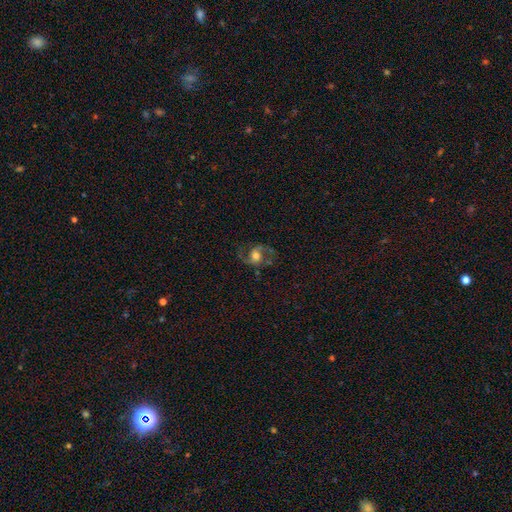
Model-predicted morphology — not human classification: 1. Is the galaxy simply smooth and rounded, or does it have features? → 74% featured or disk, 17% smooth, 9% star or artifact.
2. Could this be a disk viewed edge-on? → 97% no, 3% yes.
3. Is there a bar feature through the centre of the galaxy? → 65% no, 27% weak, 8% strong.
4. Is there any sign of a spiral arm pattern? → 91% yes, 9% no.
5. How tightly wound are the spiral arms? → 47% medium, 44% loose, 10% tight.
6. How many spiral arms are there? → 90% 2, 3% 1, 3% can't tell, 2% 3, 1% 4, 1% more than 4.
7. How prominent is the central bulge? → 60% moderate, 22% large, 14% small, 2% dominant, 2% none.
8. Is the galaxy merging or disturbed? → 68% none, 15% minor disturbance, 14% major disturbance, 2% merger.